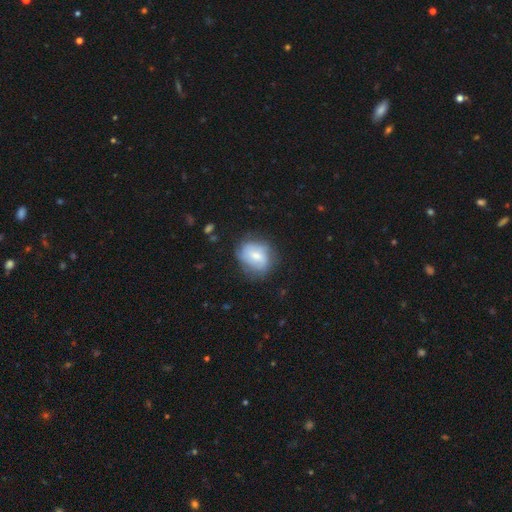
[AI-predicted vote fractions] Morphology: type=smooth (50%); merging=none (65%).